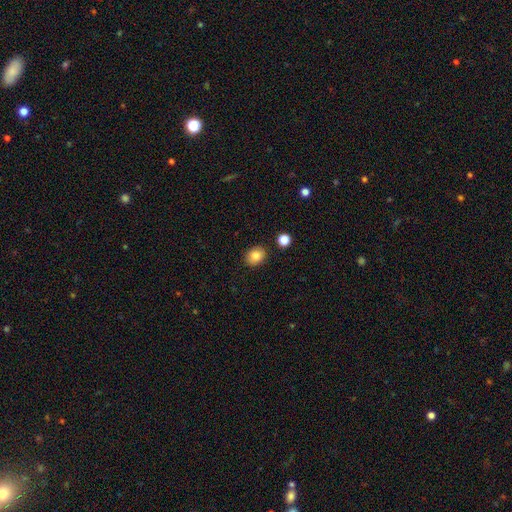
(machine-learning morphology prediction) smooth_or_featured: smooth (p=0.84) [alt: star or artifact p=0.10]
how_rounded: round (p=0.57) [alt: in between p=0.43]
merging: none (p=0.88) [alt: minor disturbance p=0.08]